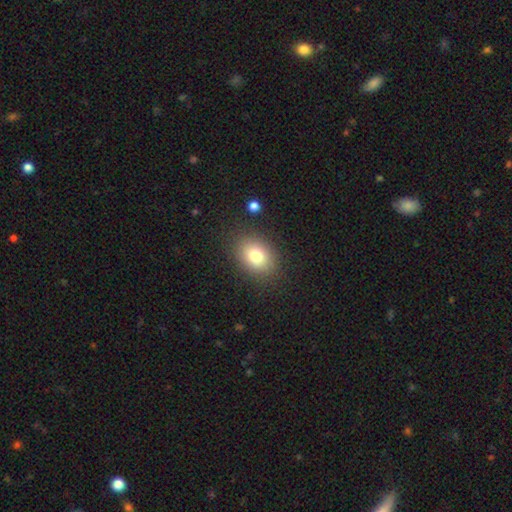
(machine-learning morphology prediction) Smooth or featured? Predicted: smooth (p=0.78). How rounded? Predicted: in between (p=0.59). Merging? Predicted: none (p=0.85).